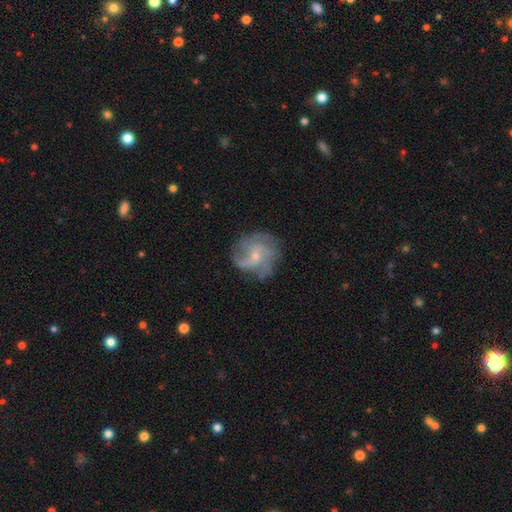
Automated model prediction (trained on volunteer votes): This is likely a featured or disk galaxy (79%). It is clearly not viewed edge-on (98%). Bar: possibly no (60%). Spiral arm pattern: clearly yes (93%). Spiral arm count: marginally 3 (35%). Spiral winding: possibly medium (49%). Central bulge: likely small (64%). Merging: likely none (67%).